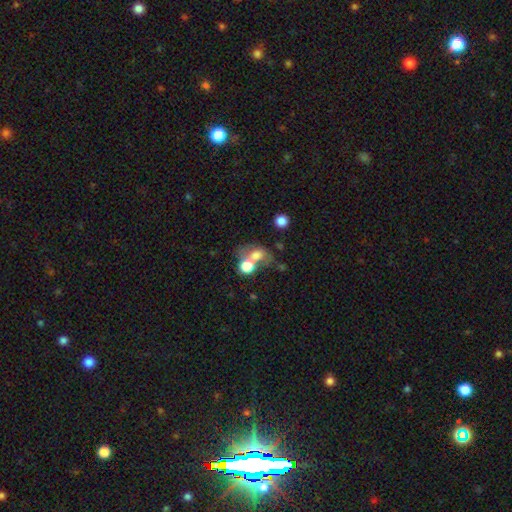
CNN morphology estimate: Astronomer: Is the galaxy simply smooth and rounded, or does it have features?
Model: smooth — 64%.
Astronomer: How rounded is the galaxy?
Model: in between — 52% (runner-up: round, 46%).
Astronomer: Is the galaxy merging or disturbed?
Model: merger — 48% (runner-up: none, 30%).